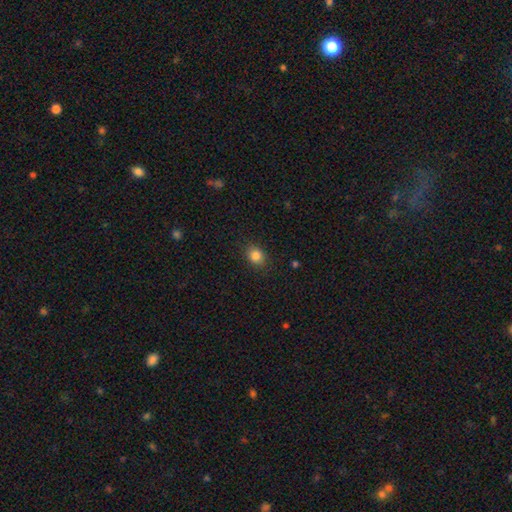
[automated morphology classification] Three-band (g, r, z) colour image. It shows a smooth galaxy with no disk features (84%) that is round (58%). Merging: none (88%).